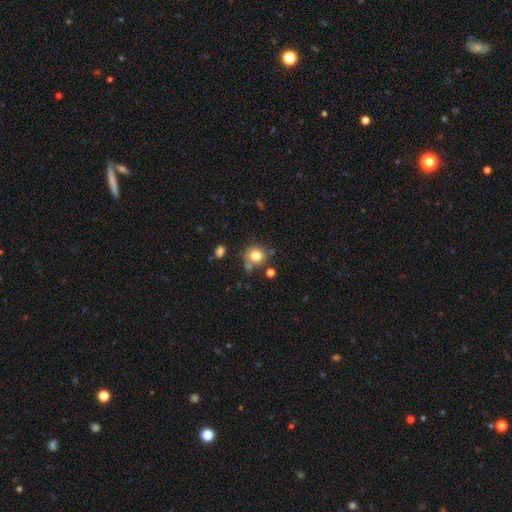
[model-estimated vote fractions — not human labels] smooth 80%, star or artifact 11%, featured or disk 9%. Down the decision tree: how rounded — round (87%); merging — none (68%).